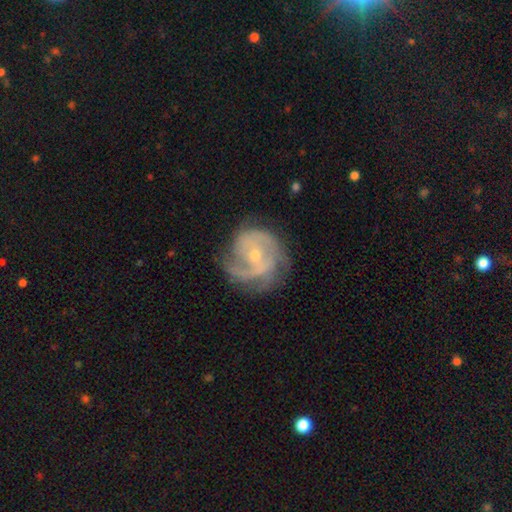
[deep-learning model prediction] smooth_or_featured: featured or disk (p=0.84) [alt: smooth p=0.10]
disk_edge_on: no (p=0.98) [alt: yes p=0.02]
bar: no (p=0.53) [alt: weak p=0.37]
has_spiral_arms: yes (p=0.94) [alt: no p=0.06]
spiral_winding: tight (p=0.44) [alt: medium p=0.41]
spiral_arm_count: 2 (p=0.37) [alt: 3 p=0.26]
bulge_size: small (p=0.52) [alt: moderate p=0.44]
merging: none (p=0.64) [alt: minor disturbance p=0.22]